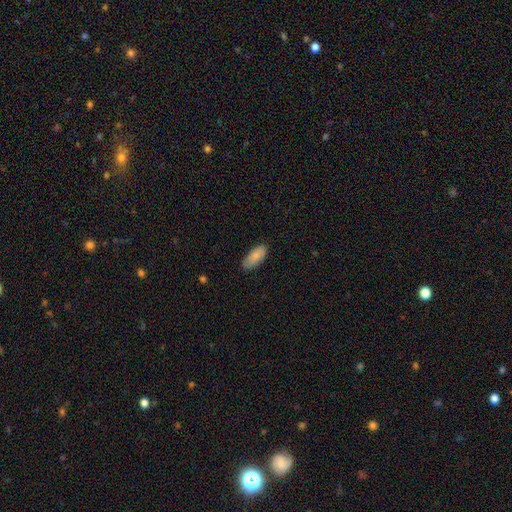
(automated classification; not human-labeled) Smooth or featured: smooth — 85% (featured or disk — 9%)
How rounded: in between — 87% (cigar-shaped — 11%)
Merging: none — 80% (minor disturbance — 16%)